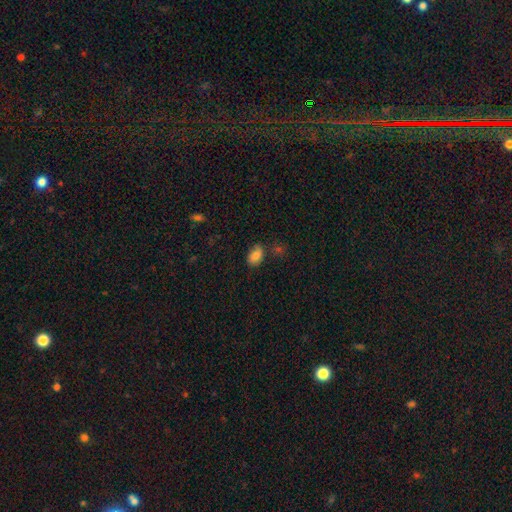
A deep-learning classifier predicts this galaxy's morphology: Smooth or featured? Predicted: smooth (p=0.81). How rounded? Predicted: in between (p=0.86). Merging? Predicted: none (p=0.65).